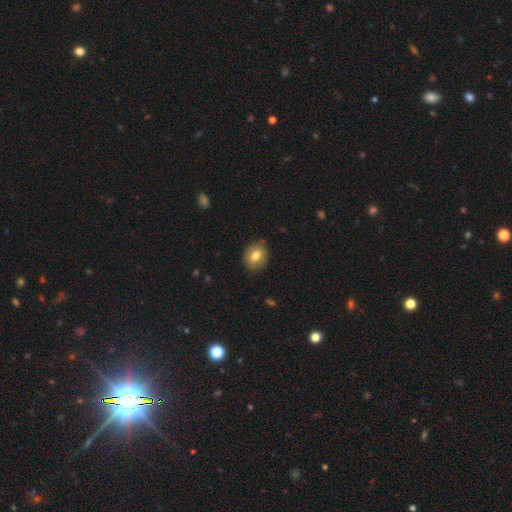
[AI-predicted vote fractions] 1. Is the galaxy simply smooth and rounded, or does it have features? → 76% smooth, 15% featured or disk, 9% star or artifact.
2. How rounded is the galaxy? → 60% round, 39% in between, 1% cigar-shaped.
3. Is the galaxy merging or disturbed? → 85% none, 11% minor disturbance, 2% major disturbance, 1% merger.